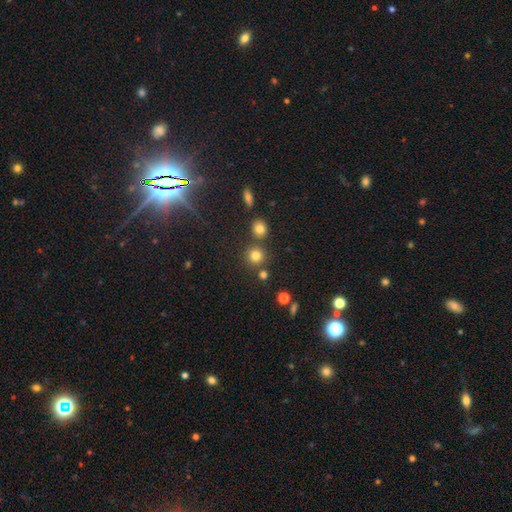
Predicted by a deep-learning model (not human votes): Smooth or featured?
  - smooth: 78% *
  - star or artifact: 15%
  - featured or disk: 7%
How rounded?
  - round: 91% *
  - in between: 8%
  - cigar-shaped: 1%
Merging?
  - none: 76% *
  - merger: 13%
  - minor disturbance: 8%
  - major disturbance: 3%